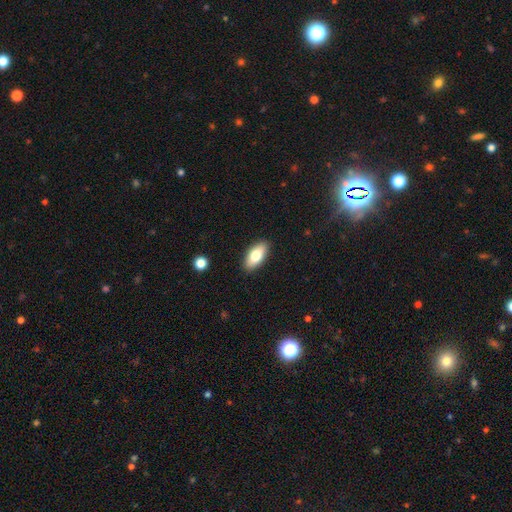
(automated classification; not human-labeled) Smooth or featured? smooth (77%)
How rounded? in between (88%)
Merging? none (89%)